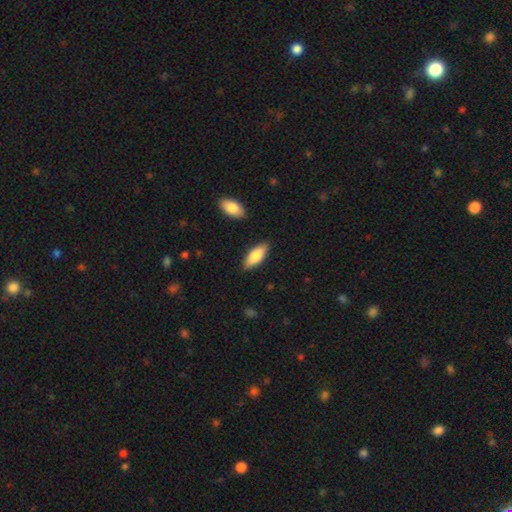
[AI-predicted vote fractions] A smooth galaxy with no disk features (79%) that is in between round and cigar-shaped (78%). Merging: none (86%).